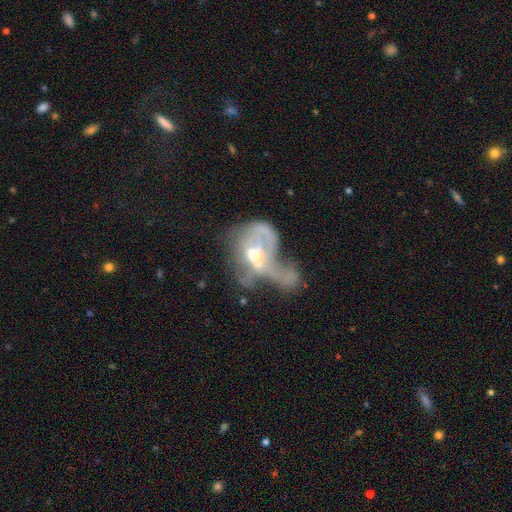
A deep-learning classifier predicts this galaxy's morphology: smooth_or_featured: featured or disk (p=0.68) [alt: smooth p=0.23]
disk_edge_on: no (p=0.95) [alt: yes p=0.05]
bar: no (p=0.64) [alt: weak p=0.27]
has_spiral_arms: no (p=0.55) [alt: yes p=0.45]
bulge_size: moderate (p=0.55) [alt: small p=0.27]
merging: merger (p=0.49) [alt: major disturbance p=0.36]